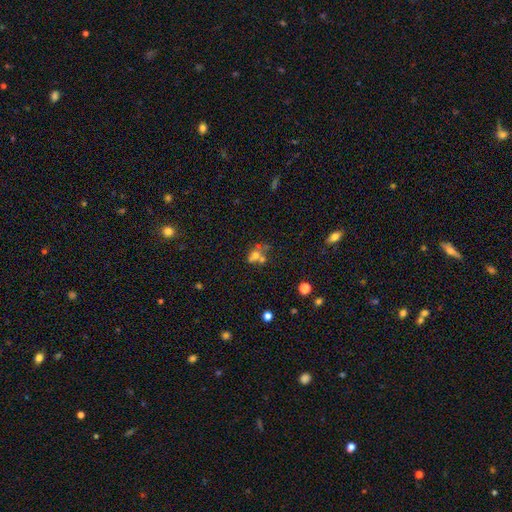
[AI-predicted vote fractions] Overall: smooth (58%; featured or disk 24%). How rounded: in between (50%; round 47%). Merging: merger (46%; none 32%).